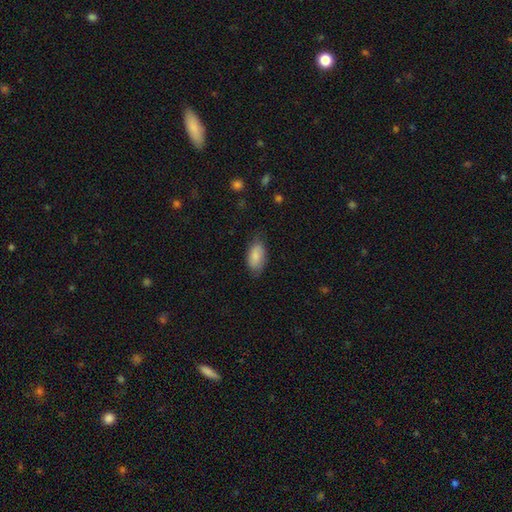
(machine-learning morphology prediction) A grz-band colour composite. It shows a smooth galaxy with no disk features (82%) that is in between round and cigar-shaped (93%). Merging: none (73%).